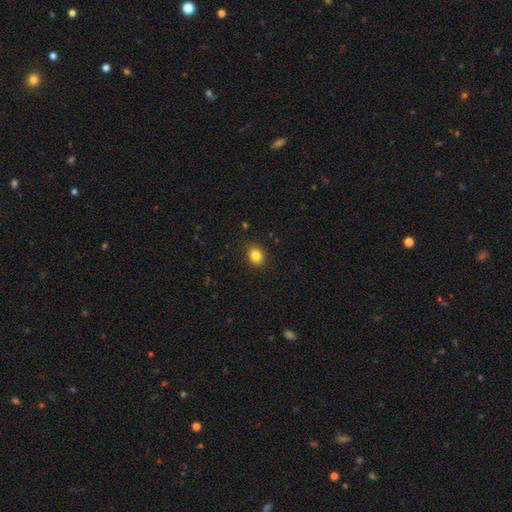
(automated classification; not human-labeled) smooth 84%, star or artifact 11%, featured or disk 5%. Down the decision tree: how rounded — round (59%); merging — none (89%).